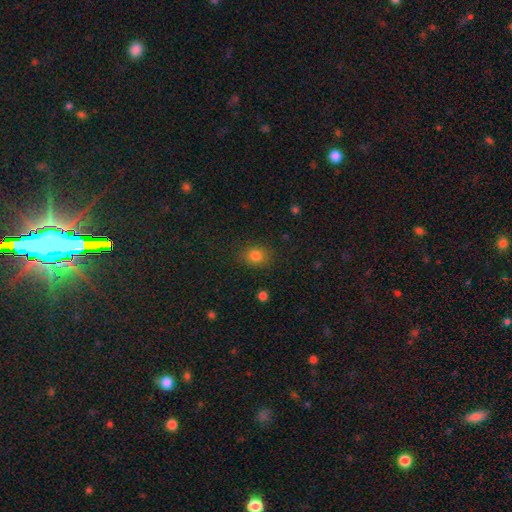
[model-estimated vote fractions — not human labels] Smooth or featured? smooth (81%)
How rounded? round (60%)
Merging? none (85%)